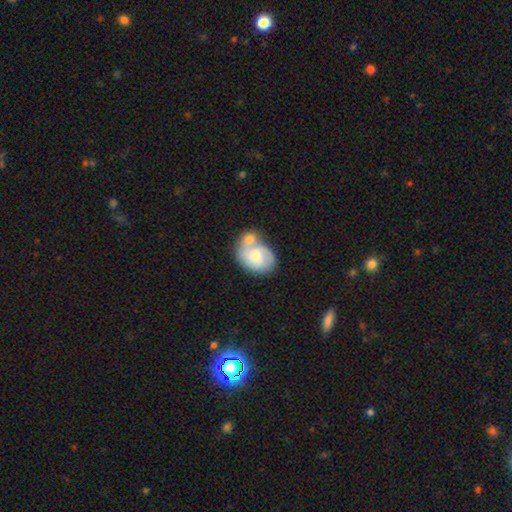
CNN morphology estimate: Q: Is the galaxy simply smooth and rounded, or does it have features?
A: smooth — 54%.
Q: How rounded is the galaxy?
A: in between — 64%.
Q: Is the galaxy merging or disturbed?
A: merger — 53%.